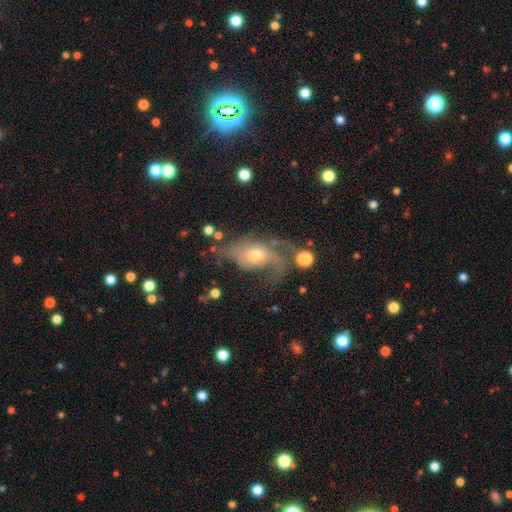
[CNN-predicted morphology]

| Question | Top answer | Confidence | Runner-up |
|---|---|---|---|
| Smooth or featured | featured or disk | 69% | smooth (22%) |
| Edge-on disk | no | 94% | yes (6%) |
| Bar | no | 70% | weak (23%) |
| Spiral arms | yes | 80% | no (20%) |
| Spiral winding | loose | 65% | medium (27%) |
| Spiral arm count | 2 | 54% | 1 (23%) |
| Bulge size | moderate | 53% | small (38%) |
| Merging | major disturbance | 41% | none (32%) |